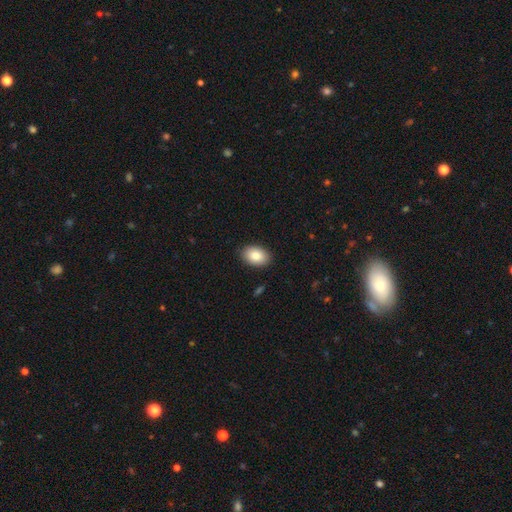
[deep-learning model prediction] A smooth galaxy with no disk features (85%) that is in between round and cigar-shaped (86%).

Vote fractions:
- Smooth or featured? smooth: 85% / featured or disk: 8% / star or artifact: 7%
- How rounded? in between: 86% / round: 13% / cigar-shaped: 1%
- Merging? none: 89% / minor disturbance: 8% / major disturbance: 2% / merger: 1%